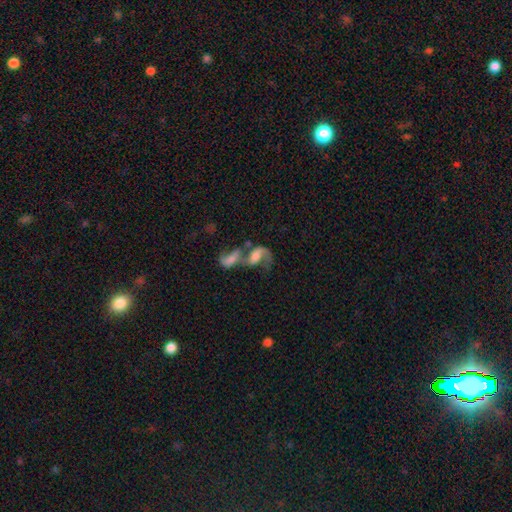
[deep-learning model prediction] Smooth or featured? Predicted: featured or disk (p=0.62). Edge-on disk? Predicted: no (p=0.96). Bar? Predicted: no (p=0.56). Spiral arms? Predicted: yes (p=0.77). Bulge size? Predicted: moderate (p=0.30). Merging? Predicted: merger (p=0.70).